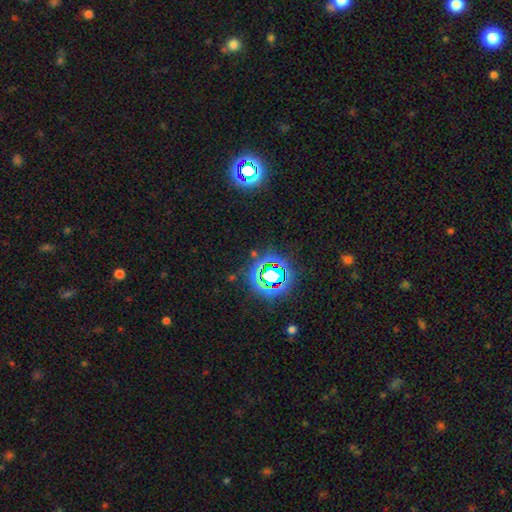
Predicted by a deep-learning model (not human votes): Smooth or featured? Predicted: star or artifact (p=0.75).